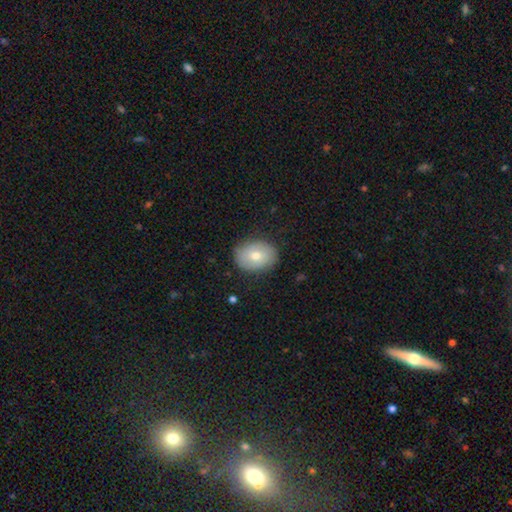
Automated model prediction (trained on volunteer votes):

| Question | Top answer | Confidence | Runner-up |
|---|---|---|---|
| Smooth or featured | smooth | 68% | featured or disk (24%) |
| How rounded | in between | 63% | round (36%) |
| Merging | none | 83% | minor disturbance (13%) |